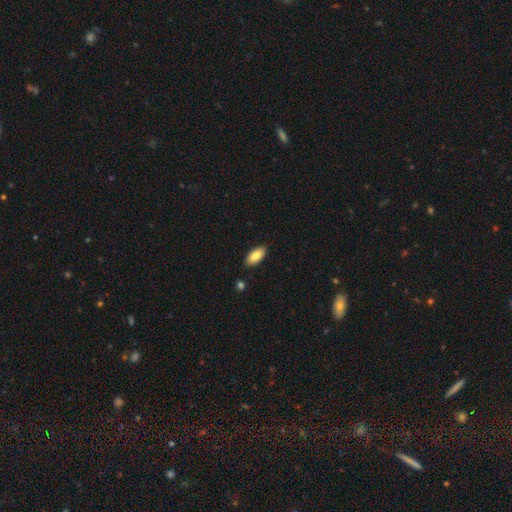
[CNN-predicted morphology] A smooth galaxy with no disk features (84%) that is in between round and cigar-shaped (90%).

Vote fractions:
- Smooth or featured? smooth: 84% / featured or disk: 10% / star or artifact: 6%
- How rounded? in between: 90% / cigar-shaped: 8% / round: 2%
- Merging? none: 88% / minor disturbance: 8% / major disturbance: 2% / merger: 2%